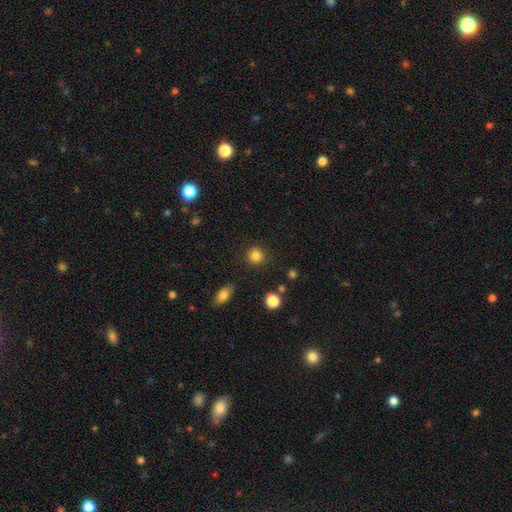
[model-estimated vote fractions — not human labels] smooth_or_featured: smooth (p=0.85) [alt: star or artifact p=0.11]
how_rounded: round (p=0.90) [alt: in between p=0.09]
merging: none (p=0.88) [alt: minor disturbance p=0.07]